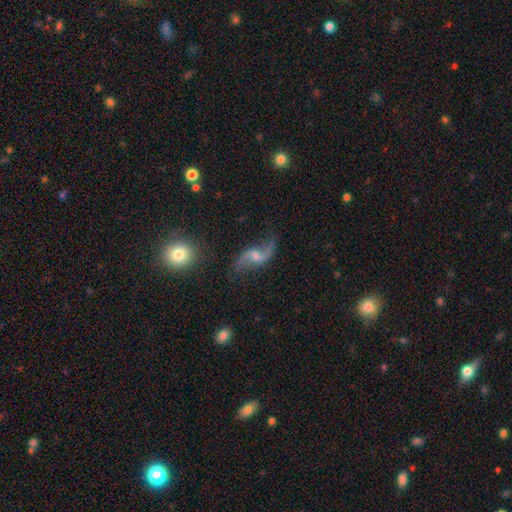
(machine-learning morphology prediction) Smooth or featured: featured or disk — 88% (smooth — 6%)
Edge-on disk: no — 96% (yes — 4%)
Bar: no — 47% (weak — 41%)
Spiral arms: yes — 96% (no — 4%)
Spiral winding: loose — 90% (medium — 7%)
Spiral arm count: 2 — 94% (1 — 2%)
Bulge size: small — 47% (moderate — 40%)
Merging: none — 75% (minor disturbance — 14%)